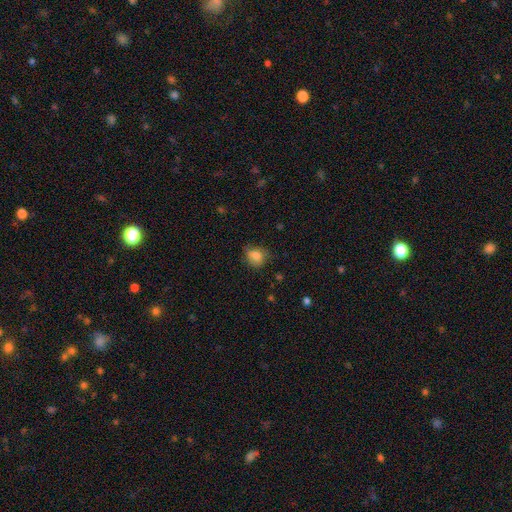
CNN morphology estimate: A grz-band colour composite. It shows a smooth galaxy with no disk features (82%) that is round (63%). Merging: none (68%).